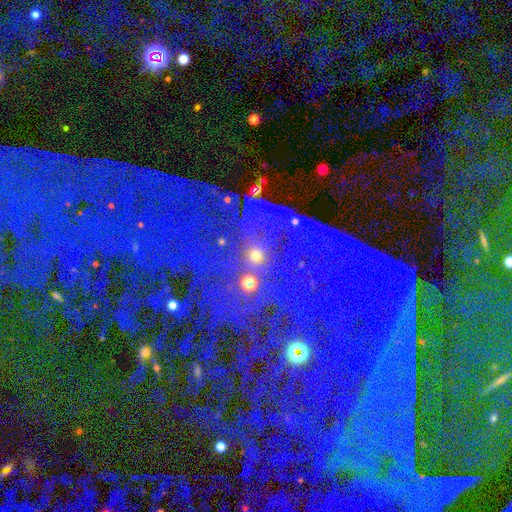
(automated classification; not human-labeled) Overall: star or artifact (51%; smooth 30%).